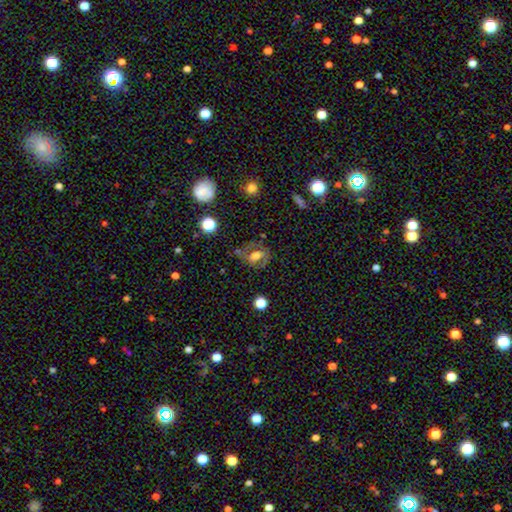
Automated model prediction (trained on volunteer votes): Smooth or featured? featured or disk (44%, tied with smooth)
Merging? none (60%)